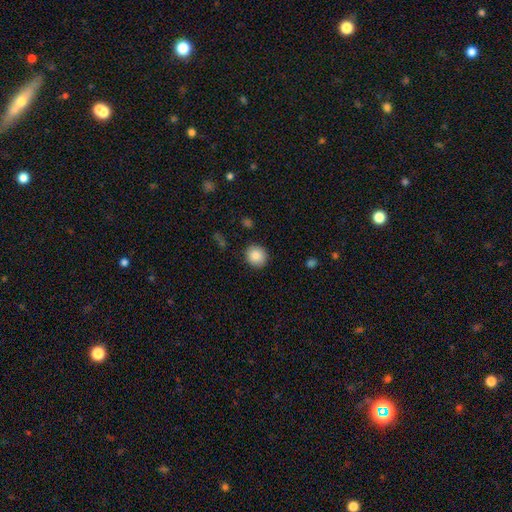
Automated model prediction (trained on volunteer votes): The model was most divided on "how rounded": round: 87%, in between: 13%, cigar-shaped: 1%. More confident: merging — none (88%); smooth or featured — smooth (87%).